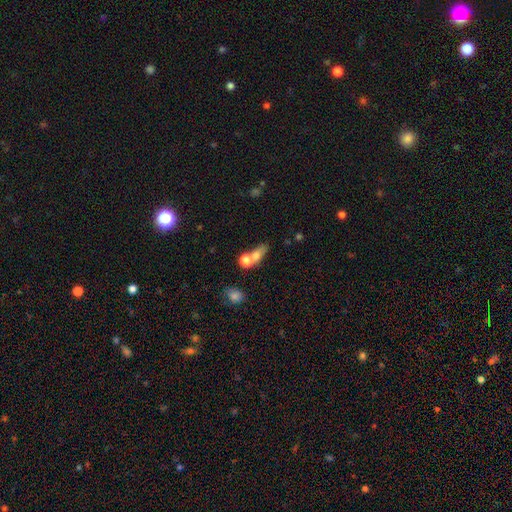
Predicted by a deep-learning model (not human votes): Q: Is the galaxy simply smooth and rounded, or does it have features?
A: smooth — 69%.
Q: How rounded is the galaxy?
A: in between — 46%.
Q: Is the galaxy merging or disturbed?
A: merger — 49%.